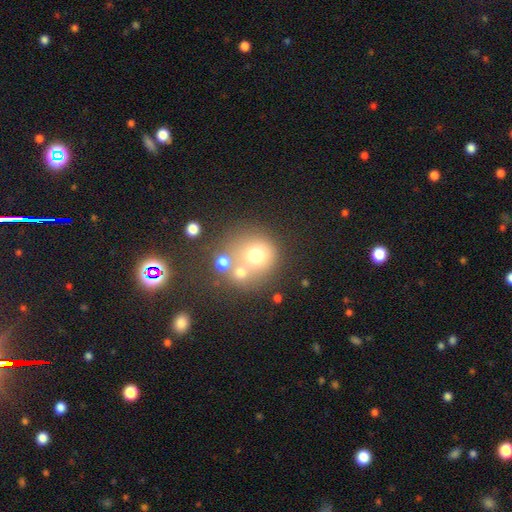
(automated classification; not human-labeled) Overall: smooth (66%). How rounded: round (86%). Merging: none (48%; merger 34%).